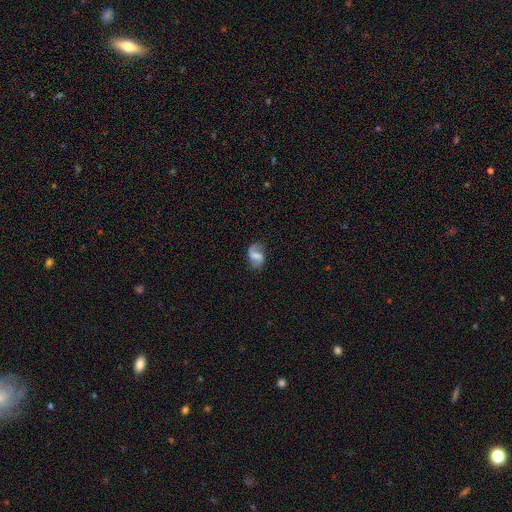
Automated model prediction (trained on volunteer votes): Smooth or featured? Predicted: featured or disk (p=0.69). Edge-on disk? Predicted: no (p=0.98). Bar? Predicted: weak (p=0.49). Spiral arms? Predicted: yes (p=0.92). Spiral winding? Predicted: loose (p=0.64). Spiral arm count? Predicted: 2 (p=0.85). Bulge size? Predicted: none (p=0.40). Merging? Predicted: none (p=0.72).